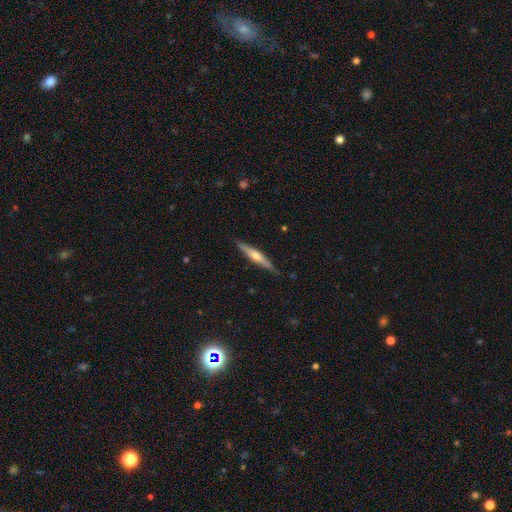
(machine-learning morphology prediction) smooth-or-featured: featured or disk: 64% | smooth: 30% | star or artifact: 6%
  disk-edge-on: yes: 97% | no: 3%
    edge-on-bulge: rounded: 82% | none: 10% | boxy: 8%
  merging: none: 87% | minor disturbance: 10% | major disturbance: 2% | merger: 1%